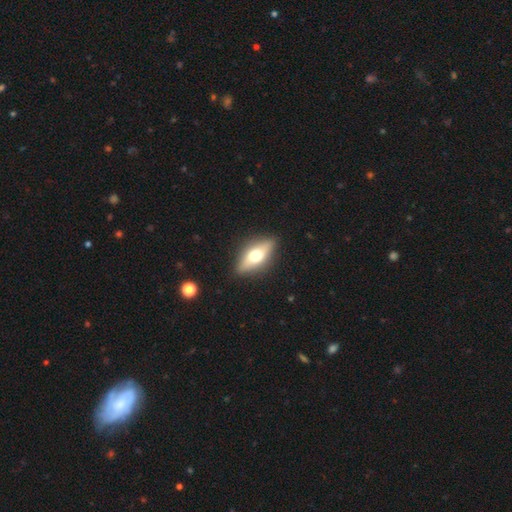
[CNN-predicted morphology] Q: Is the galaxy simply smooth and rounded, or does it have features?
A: smooth — 50%.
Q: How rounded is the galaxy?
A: in between — 72%.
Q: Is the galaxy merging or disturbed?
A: none — 87%.